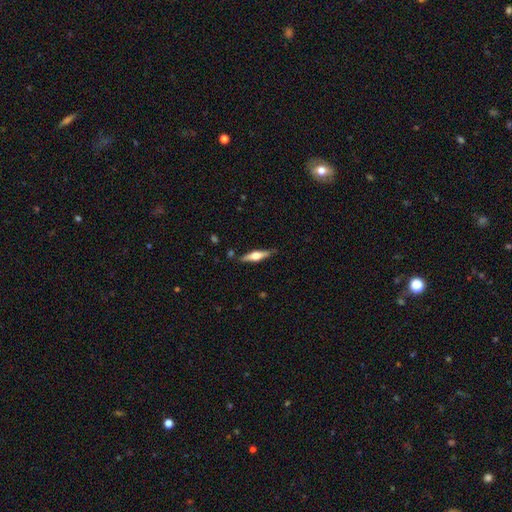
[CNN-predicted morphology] Q: Smooth or featured?
A: featured or disk (59%); runner-up: smooth (35%)
Q: Edge-on disk?
A: yes (96%); runner-up: no (4%)
Q: Edge-on bulge?
A: rounded (92%); runner-up: boxy (6%)
Q: Merging?
A: none (86%); runner-up: minor disturbance (11%)